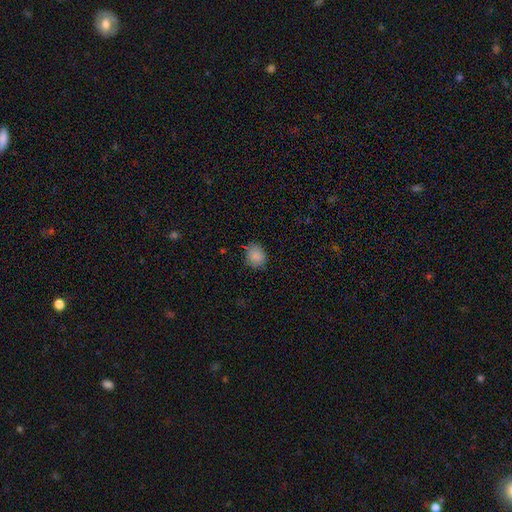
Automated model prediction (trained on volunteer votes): A smooth galaxy with no disk features (86%) that is round (63%).

Vote fractions:
- Smooth or featured? smooth: 86% / star or artifact: 9% / featured or disk: 5%
- How rounded? round: 63% / in between: 36% / cigar-shaped: 1%
- Merging? none: 77% / minor disturbance: 18% / major disturbance: 3% / merger: 1%